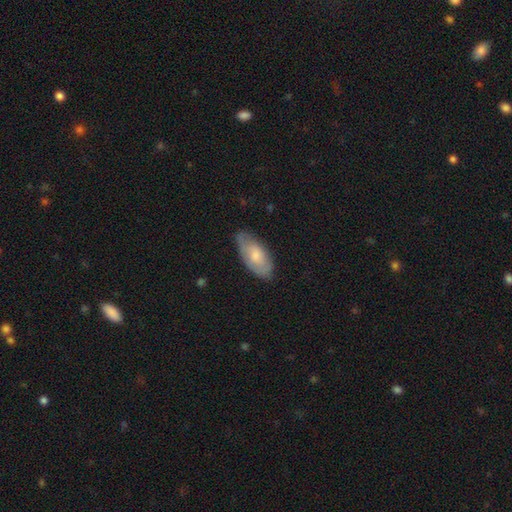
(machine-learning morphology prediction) The model was most divided on "smooth or featured": smooth: 65%, featured or disk: 29%, star or artifact: 6%. More confident: how rounded — in between (91%); merging — none (67%).